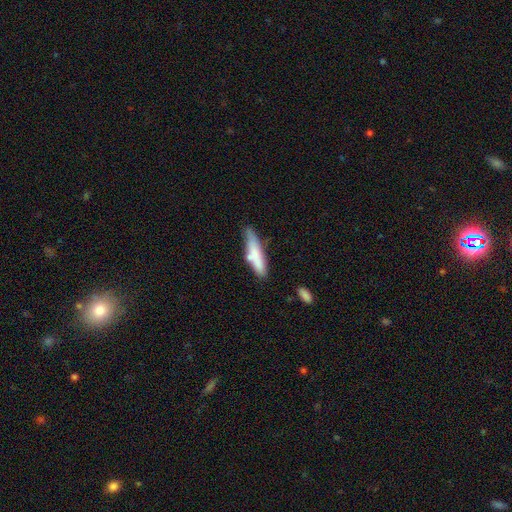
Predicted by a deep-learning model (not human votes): This is likely a smooth galaxy (69%). How rounded: likely cigar-shaped (78%). Merging: possibly none (60%).